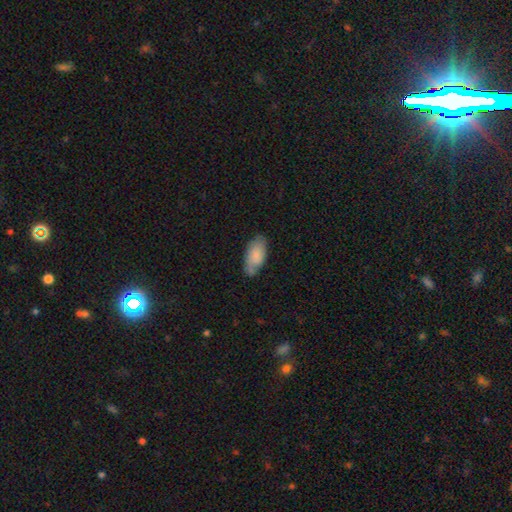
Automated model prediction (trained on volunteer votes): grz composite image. It shows a smooth galaxy with no disk features (74%) that is in between round and cigar-shaped (93%). Merging: none (70%).